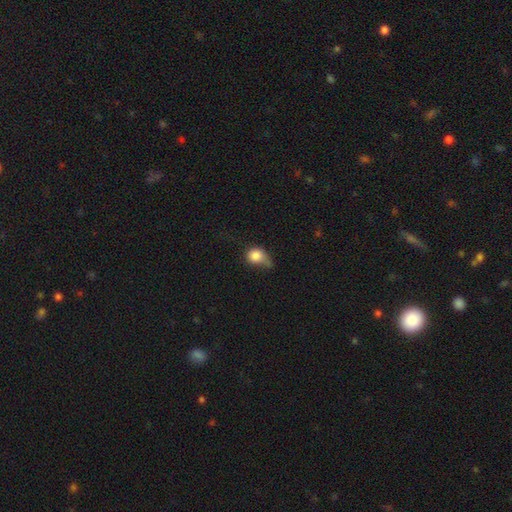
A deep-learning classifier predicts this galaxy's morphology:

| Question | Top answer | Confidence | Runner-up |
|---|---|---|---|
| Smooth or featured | smooth | 82% | star or artifact (9%) |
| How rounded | round | 66% | in between (33%) |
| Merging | minor disturbance | 39% | none (28%) |